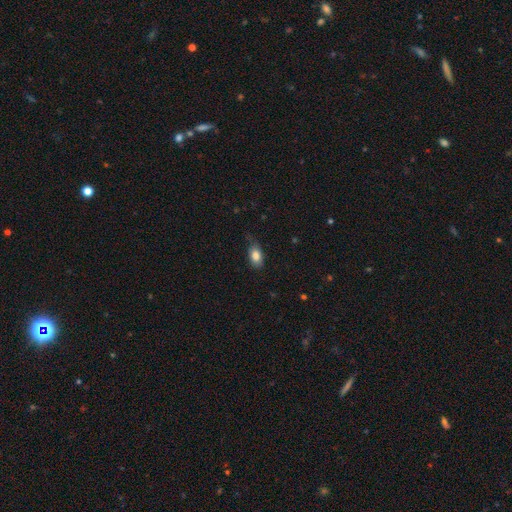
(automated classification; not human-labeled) This is clearly a smooth galaxy (83%). How rounded: clearly in between (88%). Merging: likely none (61%).